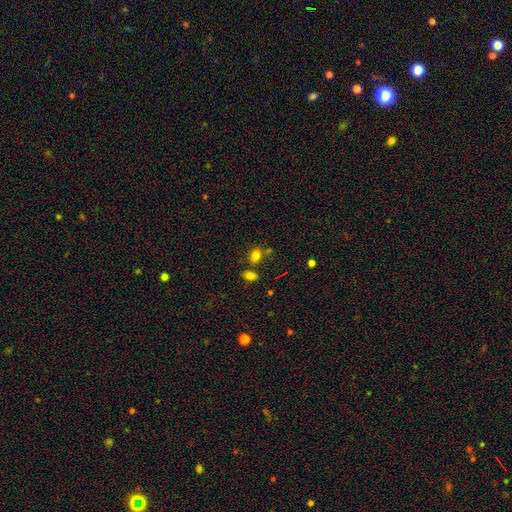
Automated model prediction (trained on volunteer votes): smooth-or-featured: smooth: 79% | star or artifact: 14% | featured or disk: 7%
  how-rounded: in between: 73% | round: 25% | cigar-shaped: 2%
  merging: none: 67% | merger: 16% | minor disturbance: 13% | major disturbance: 4%